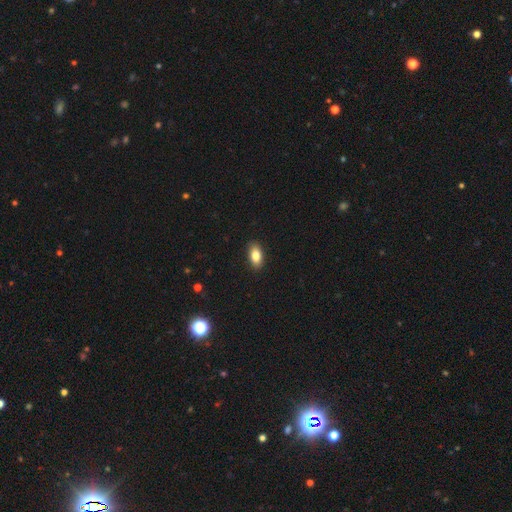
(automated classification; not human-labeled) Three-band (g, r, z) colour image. It shows a smooth galaxy with no disk features (83%) that is in between round and cigar-shaped (90%). Merging: none (90%).